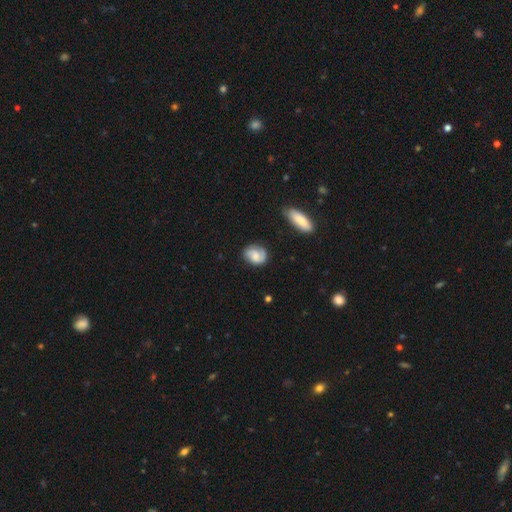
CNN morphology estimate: The model was most divided on "smooth or featured": featured or disk: 54%, smooth: 39%, star or artifact: 7%. Remaining: edge-on disk — no (97%); spiral arms — yes (90%); merging — none (74%); bar — no (60%); bulge size — moderate (45%).